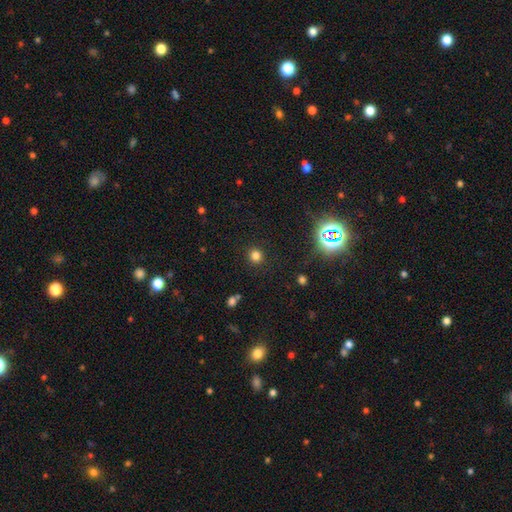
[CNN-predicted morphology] Smooth or featured?
  - smooth: 79% *
  - star or artifact: 16%
  - featured or disk: 5%
How rounded?
  - round: 92% *
  - in between: 7%
  - cigar-shaped: 1%
Merging?
  - none: 90% *
  - minor disturbance: 6%
  - major disturbance: 2%
  - merger: 2%